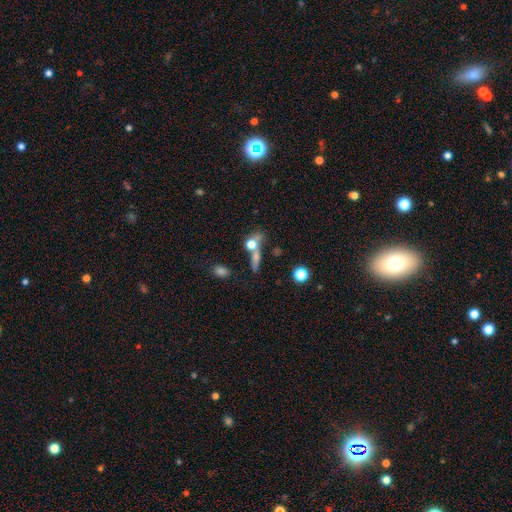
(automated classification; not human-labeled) Q: Smooth or featured?
A: smooth (52%); runner-up: featured or disk (31%)
Q: How rounded?
A: in between (36%); runner-up: cigar-shaped (32%)
Q: Merging?
A: none (42%); runner-up: merger (37%)